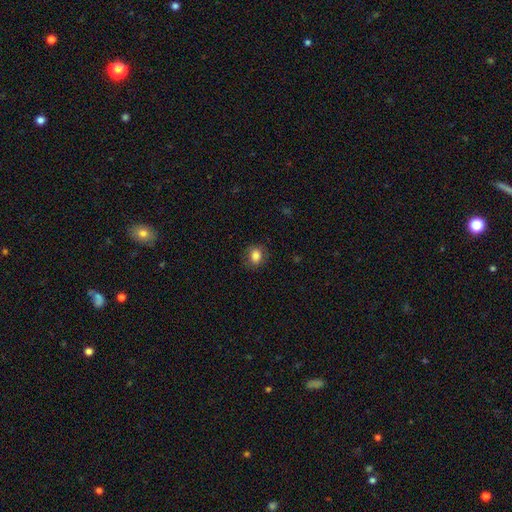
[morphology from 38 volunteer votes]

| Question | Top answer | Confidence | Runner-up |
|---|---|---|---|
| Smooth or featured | smooth | 82% | featured or disk (11%) |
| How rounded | round | 61% | in between (39%) |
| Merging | none | 83% | minor disturbance (9%) |